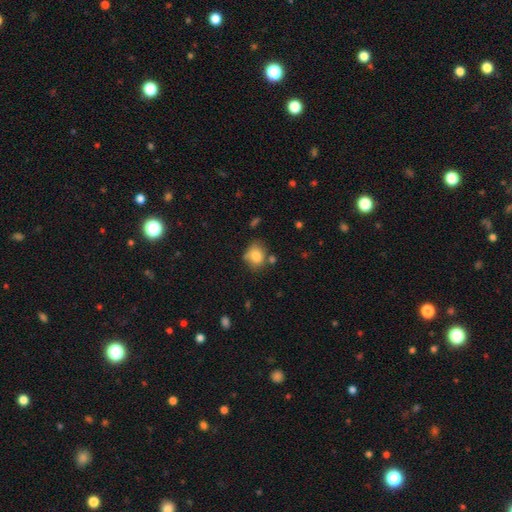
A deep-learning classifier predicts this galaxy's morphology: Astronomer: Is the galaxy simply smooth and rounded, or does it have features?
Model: smooth — 79%.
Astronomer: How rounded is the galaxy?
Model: round — 57% (runner-up: in between, 42%).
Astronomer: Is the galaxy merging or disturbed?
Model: none — 56%.